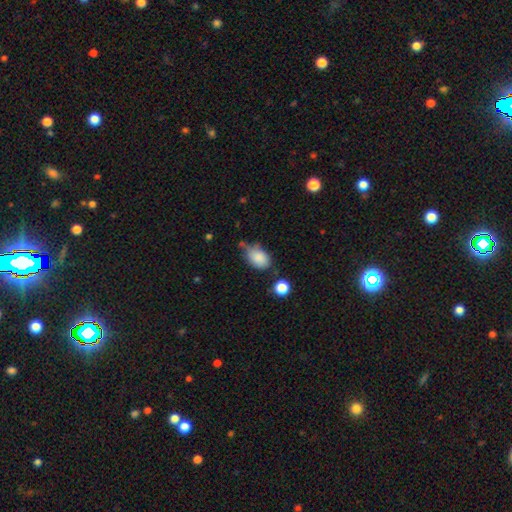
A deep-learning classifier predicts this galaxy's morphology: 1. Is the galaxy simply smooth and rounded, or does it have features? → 85% smooth, 8% star or artifact, 7% featured or disk.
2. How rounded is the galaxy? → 84% in between, 15% round, 1% cigar-shaped.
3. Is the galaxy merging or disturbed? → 51% none, 33% minor disturbance, 8% merger, 8% major disturbance.